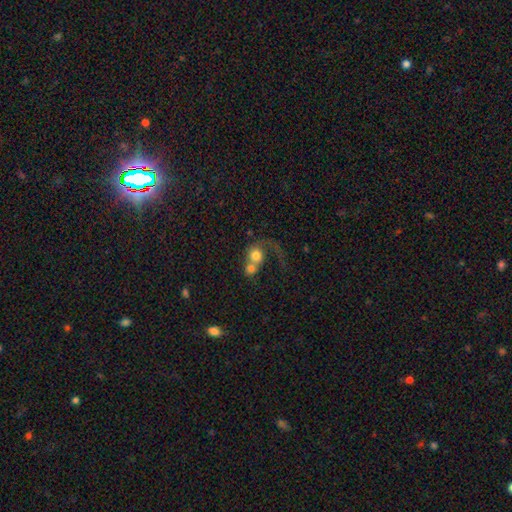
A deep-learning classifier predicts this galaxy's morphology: A smooth galaxy with no disk features (61%) that is round (78%). Merging: merger (68%).